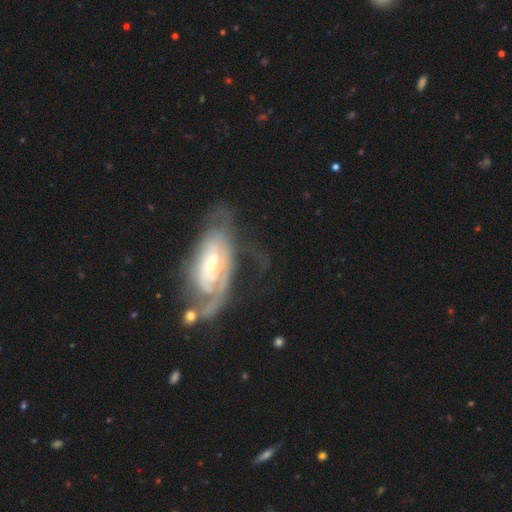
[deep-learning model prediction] smooth-or-featured: featured or disk: 79% | smooth: 13% | star or artifact: 7%
  disk-edge-on: no: 91% | yes: 9%
    bar: no: 46% | weak: 38% | strong: 15%
    has-spiral-arms: yes: 87% | no: 13%
      spiral-winding: tight: 57% | medium: 32% | loose: 11%
      spiral-arm-count: can't tell: 41% | 2: 34% | 1: 9% | 3: 8% | 4: 4% | more than 4: 3%
    bulge-size: moderate: 46% | small: 33% | large: 14% | none: 4% | dominant: 2%
  merging: none: 56% | minor disturbance: 21% | major disturbance: 18% | merger: 5%